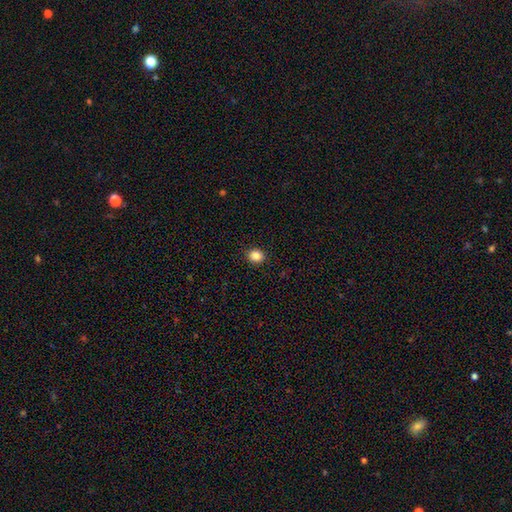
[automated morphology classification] A smooth galaxy with no disk features (86%) that is round (77%). Merging: none (91%).